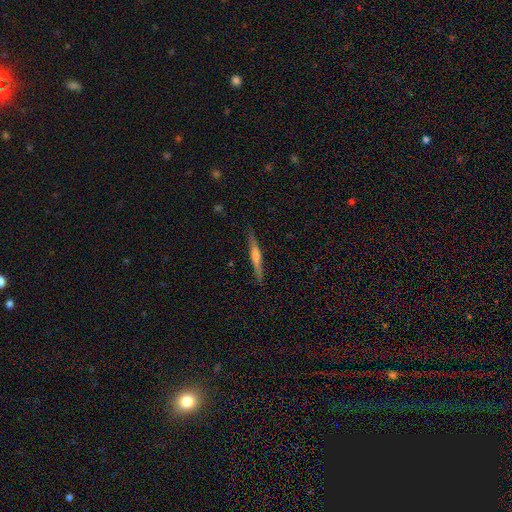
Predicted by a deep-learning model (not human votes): This appears to be a featured or disk galaxy (69%) viewed edge-on (98%) with a rounded central bulge (73%). Merging: none (90%).